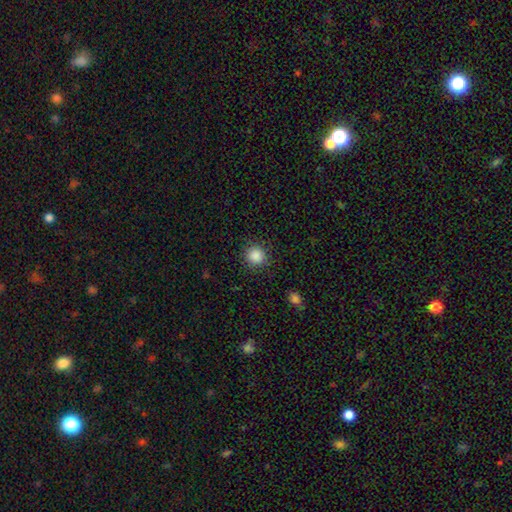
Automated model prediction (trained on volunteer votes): A smooth galaxy with no disk features (87%) that is round (92%).

Vote fractions:
- Smooth or featured? smooth: 87% / star or artifact: 10% / featured or disk: 3%
- How rounded? round: 92% / in between: 7% / cigar-shaped: 1%
- Merging? none: 88% / minor disturbance: 8% / major disturbance: 3% / merger: 1%